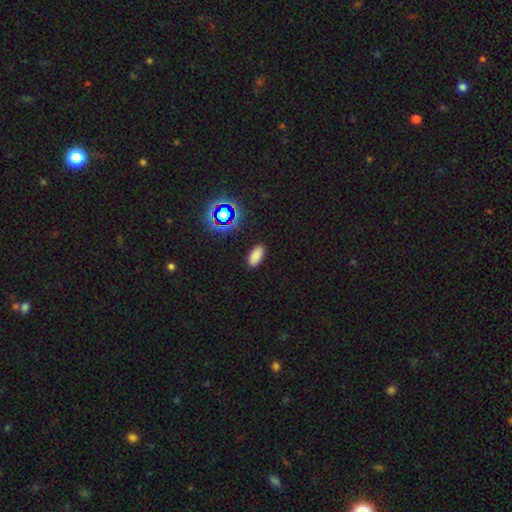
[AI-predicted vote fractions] A smooth galaxy with no disk features (81%) that is in between round and cigar-shaped (89%).

Vote fractions:
- Smooth or featured? smooth: 81% / star or artifact: 15% / featured or disk: 4%
- How rounded? in between: 89% / cigar-shaped: 8% / round: 3%
- Merging? none: 89% / minor disturbance: 7% / major disturbance: 2% / merger: 1%